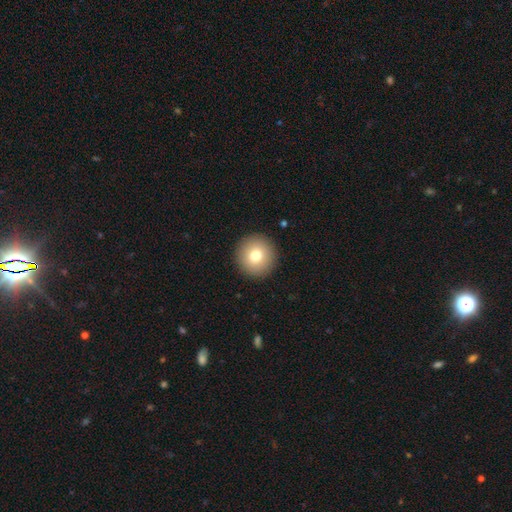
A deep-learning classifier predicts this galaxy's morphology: A smooth galaxy with no disk features (76%) that is round (96%). Merging: none (93%).